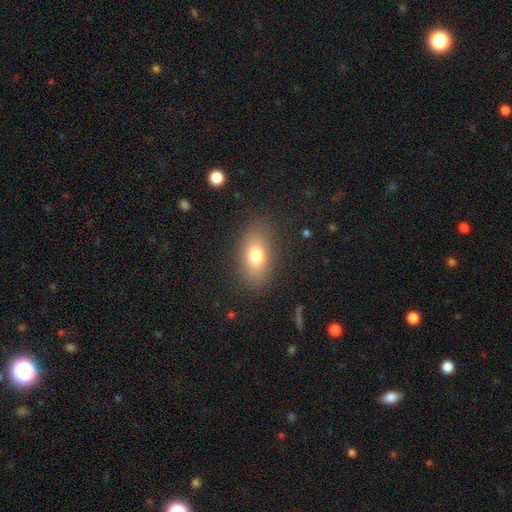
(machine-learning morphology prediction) Smooth or featured? Predicted: smooth (p=0.74). How rounded? Predicted: in between (p=0.84). Merging? Predicted: none (p=0.84).